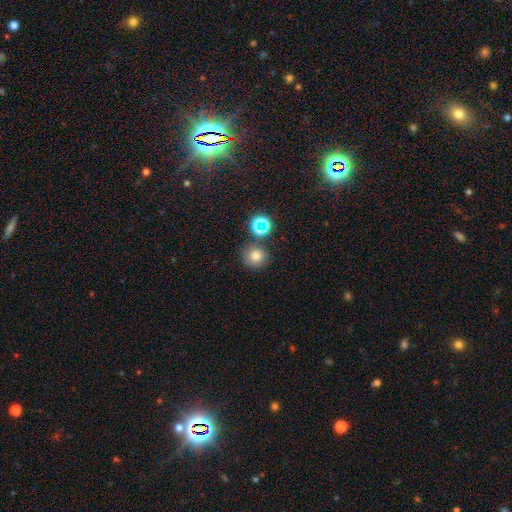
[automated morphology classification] Smooth or featured: smooth — 74% (star or artifact — 18%)
How rounded: round — 89% (in between — 10%)
Merging: none — 75% (minor disturbance — 11%)